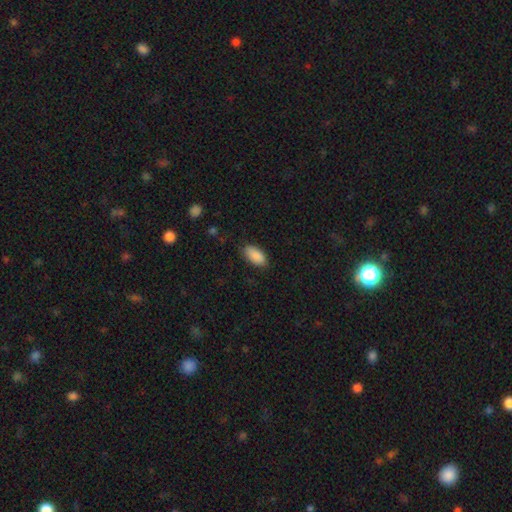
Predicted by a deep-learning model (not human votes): Smooth or featured?
  - smooth: 90% *
  - star or artifact: 7%
  - featured or disk: 4%
How rounded?
  - in between: 93% *
  - cigar-shaped: 4%
  - round: 2%
Merging?
  - none: 84% *
  - minor disturbance: 13%
  - major disturbance: 3%
  - merger: 1%